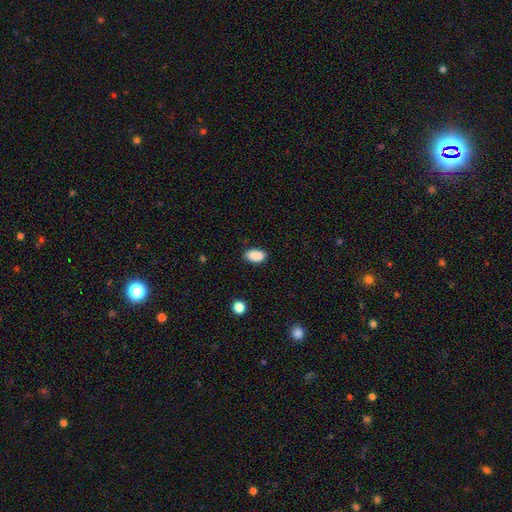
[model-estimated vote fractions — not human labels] This appears to be a smooth galaxy with no disk features (89%) that is in between round and cigar-shaped (93%). Merging: none (85%).